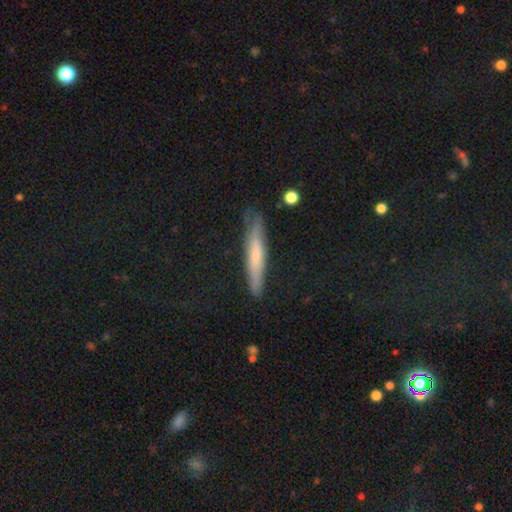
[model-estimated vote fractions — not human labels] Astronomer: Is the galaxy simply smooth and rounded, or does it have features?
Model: smooth — 55% (runner-up: featured or disk, 38%).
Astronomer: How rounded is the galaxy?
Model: cigar-shaped — 90%.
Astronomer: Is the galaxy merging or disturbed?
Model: none — 74%.